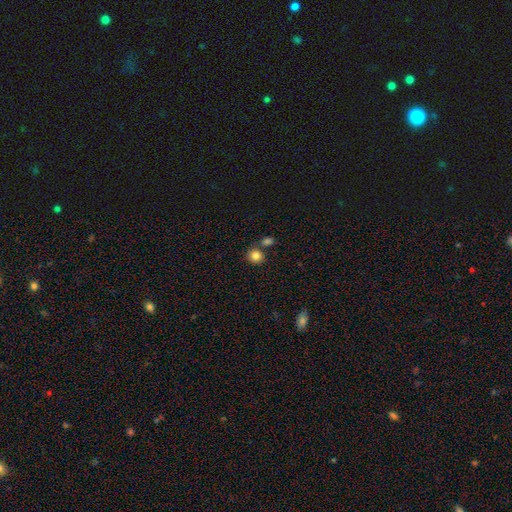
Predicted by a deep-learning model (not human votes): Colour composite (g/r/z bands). It shows a smooth galaxy with no disk features (83%) that is round (86%). Merging: none (73%).